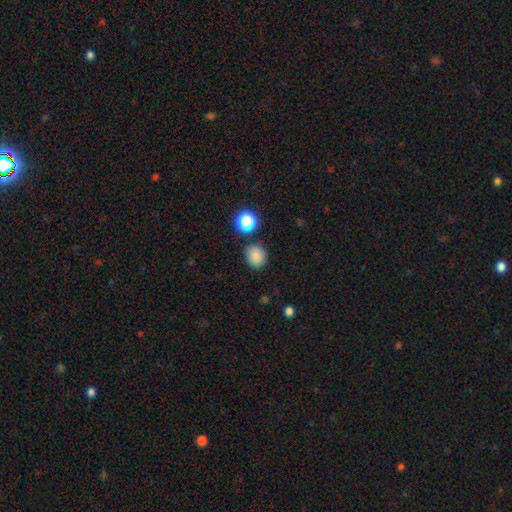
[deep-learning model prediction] Smooth or featured? smooth (84%)
How rounded? round (75%)
Merging? none (82%)